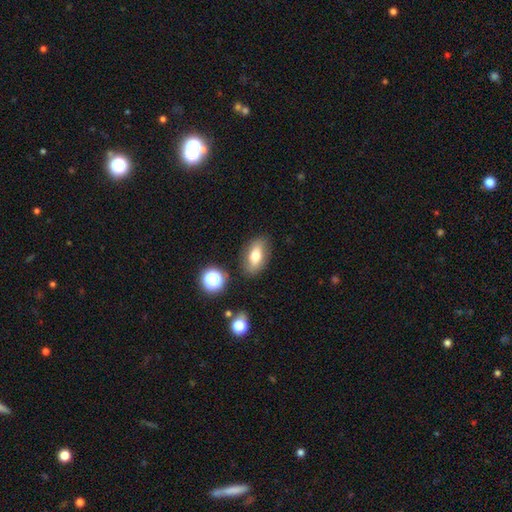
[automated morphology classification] A smooth galaxy with no disk features (70%) that is in between round and cigar-shaped (84%). Merging: none (82%).